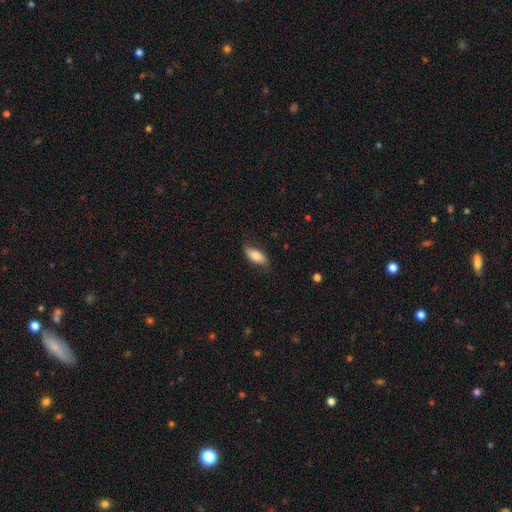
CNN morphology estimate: This is likely a smooth galaxy (76%). How rounded: clearly in between (81%). Merging: likely none (77%).